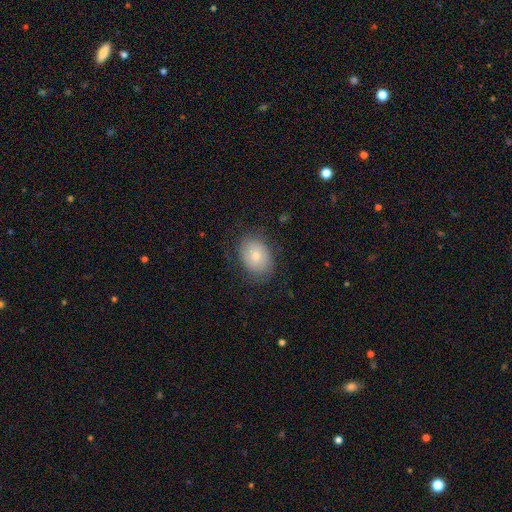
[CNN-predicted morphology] smooth-or-featured: smooth: 70% | featured or disk: 22% | star or artifact: 7%
  how-rounded: in between: 66% | round: 33% | cigar-shaped: 1%
  merging: none: 74% | minor disturbance: 19% | major disturbance: 7% | merger: 1%